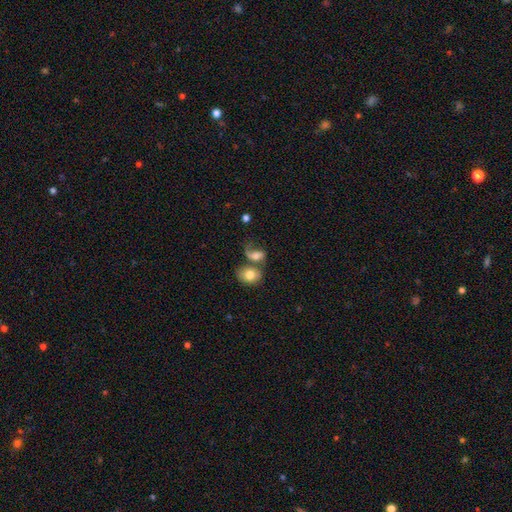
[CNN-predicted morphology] Smooth or featured? smooth (57%)
How rounded? in between (68%)
Merging? merger (44%)